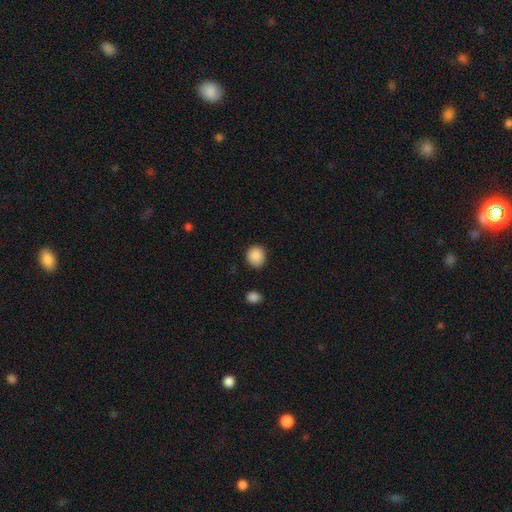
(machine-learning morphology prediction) A smooth galaxy with no disk features (89%) that is round (83%).

Vote fractions:
- Smooth or featured? smooth: 89% / star or artifact: 8% / featured or disk: 3%
- How rounded? round: 83% / in between: 16% / cigar-shaped: 1%
- Merging? none: 87% / minor disturbance: 9% / major disturbance: 2% / merger: 2%